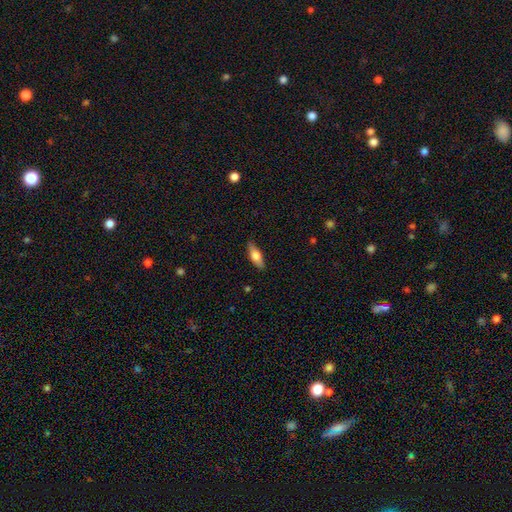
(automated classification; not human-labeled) Q: Smooth or featured?
A: smooth (63%); runner-up: featured or disk (31%)
Q: How rounded?
A: in between (61%); runner-up: cigar-shaped (36%)
Q: Merging?
A: none (87%); runner-up: minor disturbance (10%)